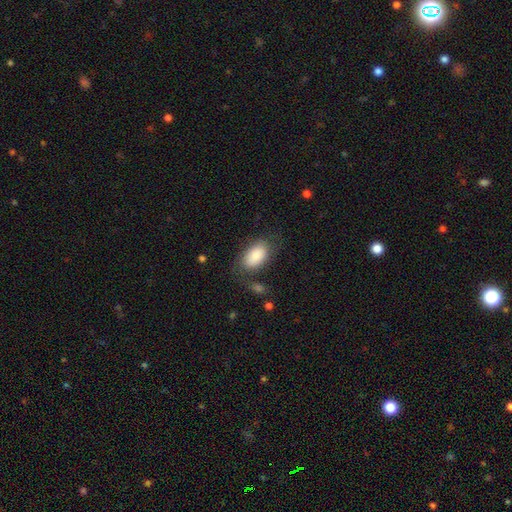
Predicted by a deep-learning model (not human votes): Q: Smooth or featured?
A: smooth (84%); runner-up: featured or disk (10%)
Q: How rounded?
A: in between (93%); runner-up: round (5%)
Q: Merging?
A: none (67%); runner-up: minor disturbance (20%)